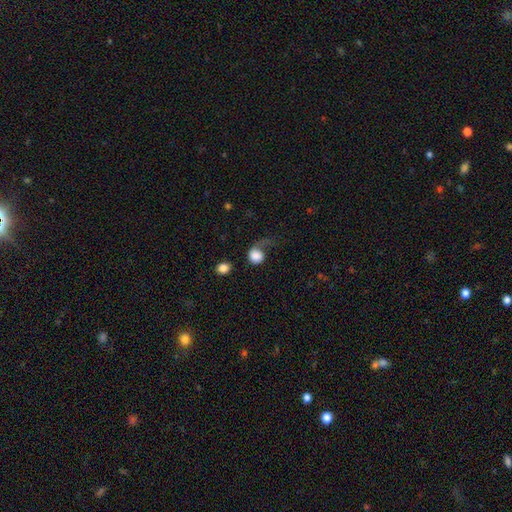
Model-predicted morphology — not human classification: A smooth galaxy with no disk features (77%) that is round (73%). Merging: major disturbance (48%).